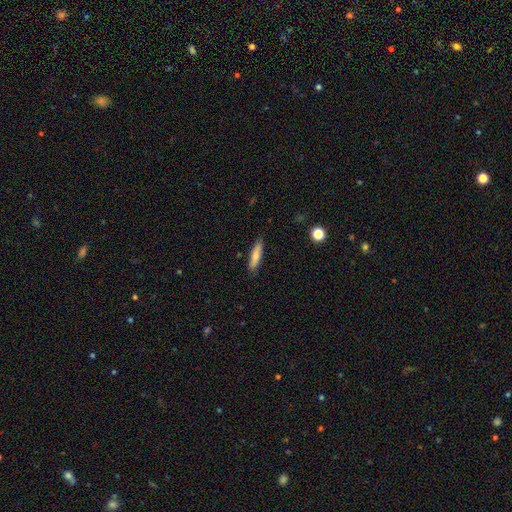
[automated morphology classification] Smooth or featured? Predicted: smooth (p=0.74). How rounded? Predicted: cigar-shaped (p=0.74). Merging? Predicted: none (p=0.85).